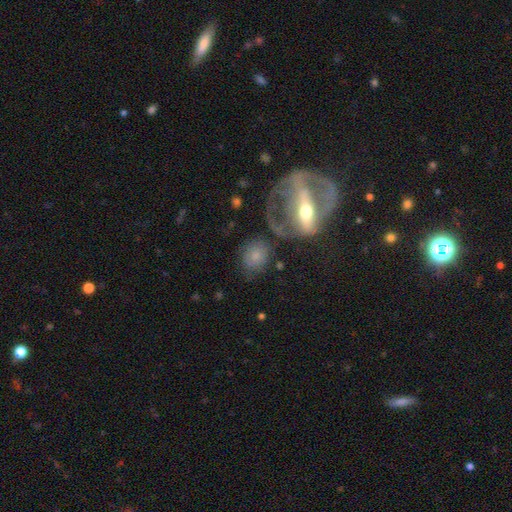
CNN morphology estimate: A smooth galaxy with no disk features (56%) that is round (65%). Merging: none (62%).